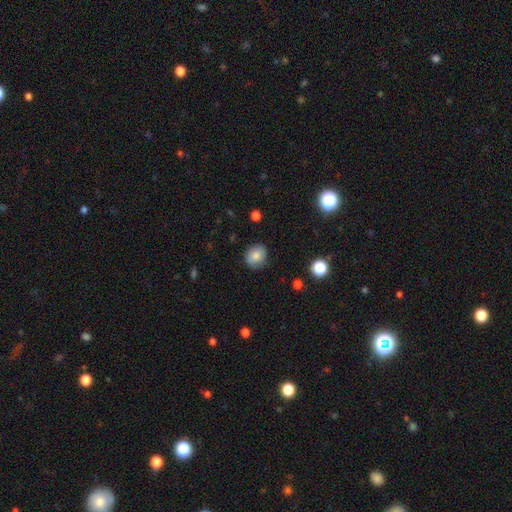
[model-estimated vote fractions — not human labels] This appears to be a smooth galaxy with no disk features (81%) that is round (68%). Merging: none (84%).